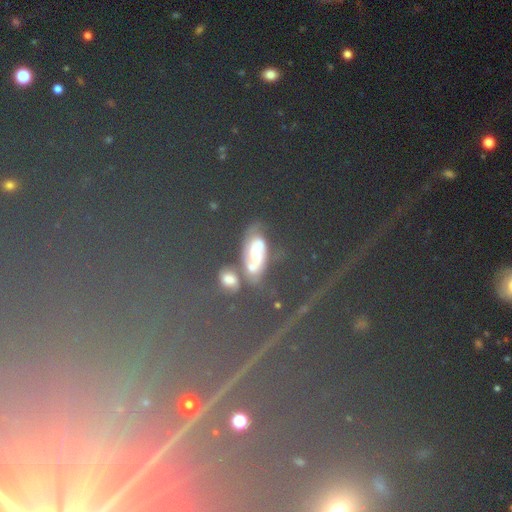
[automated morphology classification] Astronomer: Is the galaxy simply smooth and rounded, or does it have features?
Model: star or artifact — 50% (runner-up: smooth, 38%).